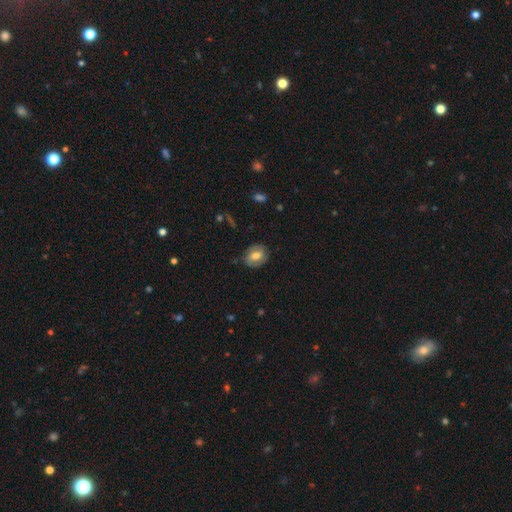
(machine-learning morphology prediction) type=smooth (57%); roundness=in between (53%); merging=none (79%).